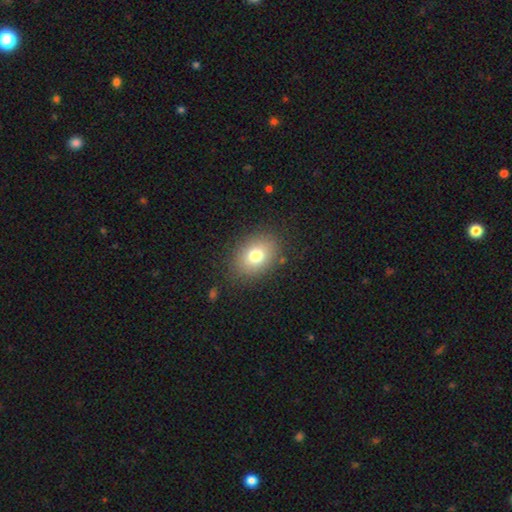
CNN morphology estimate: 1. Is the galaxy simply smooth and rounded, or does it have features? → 77% smooth, 12% featured or disk, 11% star or artifact.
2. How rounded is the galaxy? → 64% in between, 35% round, 1% cigar-shaped.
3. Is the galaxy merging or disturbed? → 85% none, 10% minor disturbance, 4% major disturbance, 1% merger.